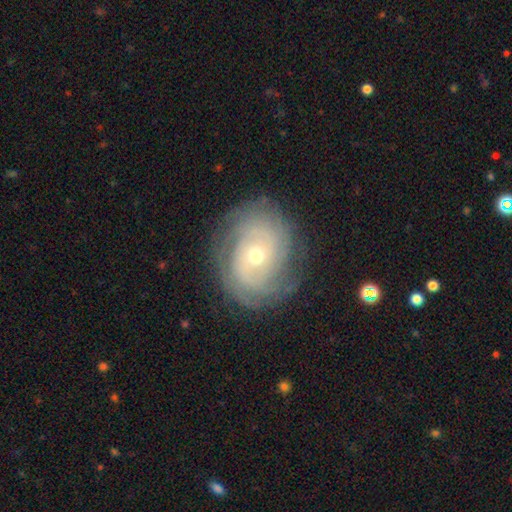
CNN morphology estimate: featured or disk 79%, smooth 14%, star or artifact 7%. Down the decision tree: edge-on disk — no (96%); bar — no (77%); spiral arms — yes (90%); spiral arm count — can't tell (41%); spiral winding — tight (74%); bulge size — small (55%); merging — none (79%).